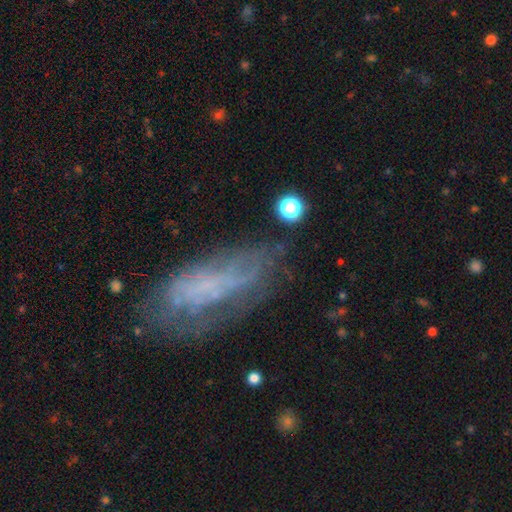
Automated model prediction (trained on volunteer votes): Q: Smooth or featured?
A: featured or disk (53%); runner-up: smooth (34%)
Q: Edge-on disk?
A: no (86%); runner-up: yes (14%)
Q: Merging?
A: none (48%); runner-up: minor disturbance (25%)